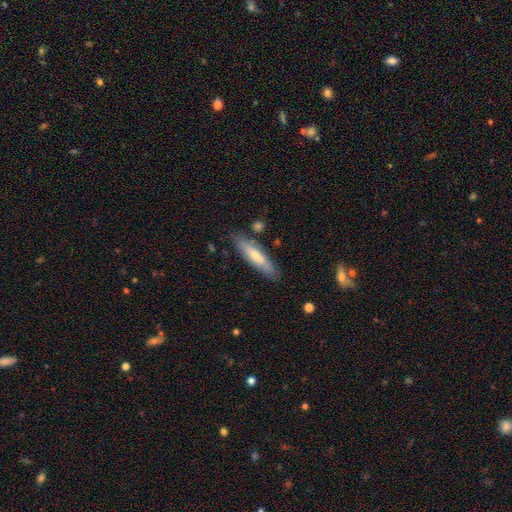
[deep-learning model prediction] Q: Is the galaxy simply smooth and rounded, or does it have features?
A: smooth — 61%.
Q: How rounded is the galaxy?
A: cigar-shaped — 75%.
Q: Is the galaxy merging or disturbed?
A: none — 81%.